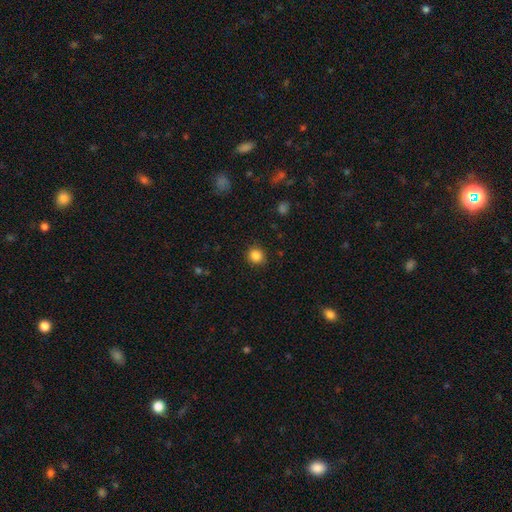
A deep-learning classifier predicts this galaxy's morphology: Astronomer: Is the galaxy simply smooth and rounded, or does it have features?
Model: smooth — 85%.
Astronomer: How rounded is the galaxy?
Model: round — 92%.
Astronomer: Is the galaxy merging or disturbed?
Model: none — 90%.